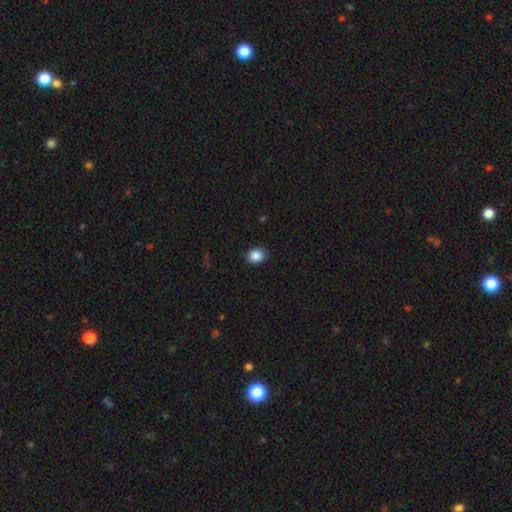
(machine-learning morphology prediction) smooth-or-featured: smooth: 87% | star or artifact: 9% | featured or disk: 4%
  how-rounded: round: 59% | in between: 40% | cigar-shaped: 1%
  merging: none: 87% | minor disturbance: 10% | major disturbance: 2% | merger: 1%